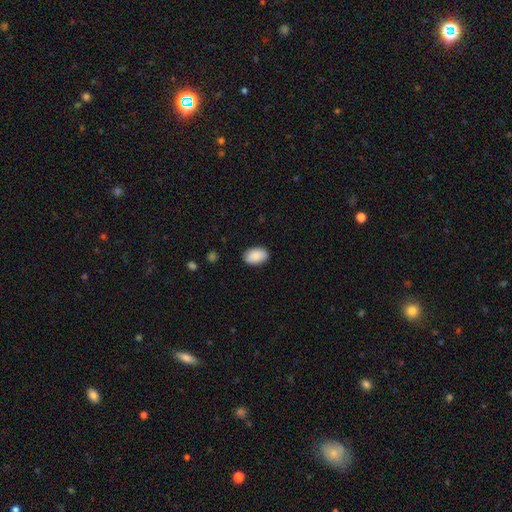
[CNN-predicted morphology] smooth_or_featured: smooth (p=0.88) [alt: star or artifact p=0.07]
how_rounded: in between (p=0.89) [alt: round p=0.10]
merging: none (p=0.86) [alt: minor disturbance p=0.10]